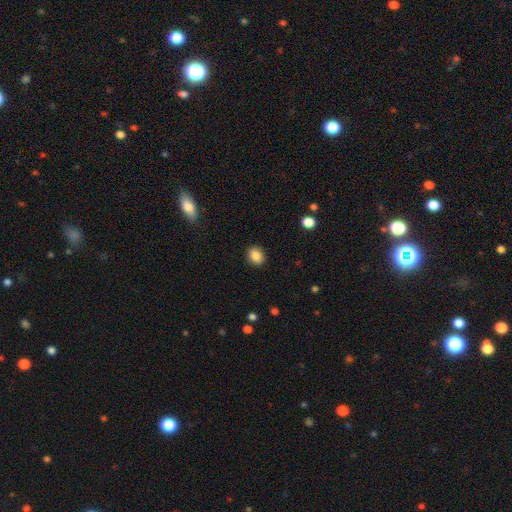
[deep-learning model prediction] This is clearly a smooth galaxy (87%). How rounded: possibly round (51%). Merging: clearly none (89%).